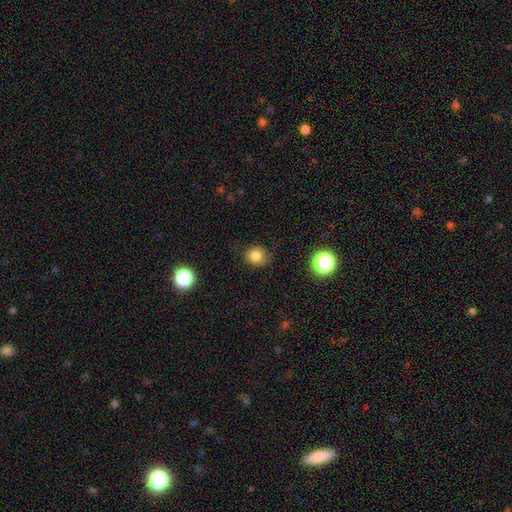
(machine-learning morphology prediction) Smooth or featured?
  - smooth: 81% *
  - star or artifact: 13%
  - featured or disk: 6%
How rounded?
  - round: 80% *
  - in between: 19%
  - cigar-shaped: 1%
Merging?
  - none: 79% *
  - minor disturbance: 16%
  - major disturbance: 4%
  - merger: 1%